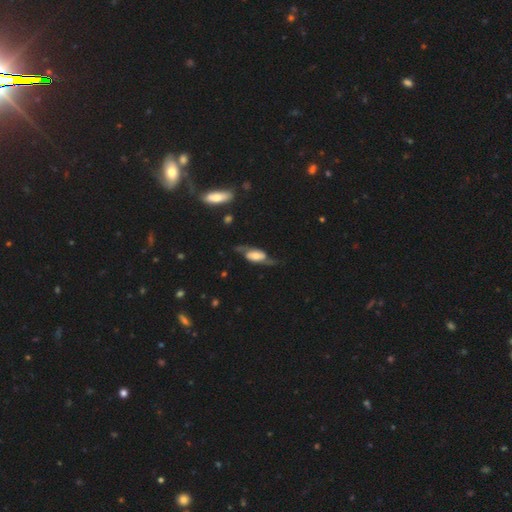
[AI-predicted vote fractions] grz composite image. It shows a featured or disk galaxy (75%) with no bar (41%), 2 (90%) loose (57%) spiral arms (90%) and a moderate central bulge (41%). Merging: none (60%).